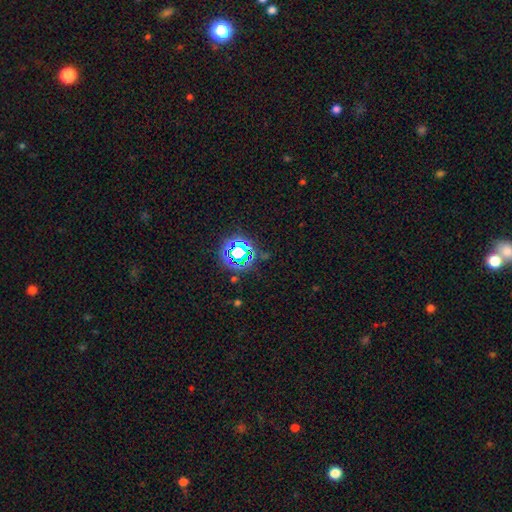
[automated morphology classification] Smooth or featured?
  - star or artifact: 78% *
  - smooth: 15%
  - featured or disk: 8%